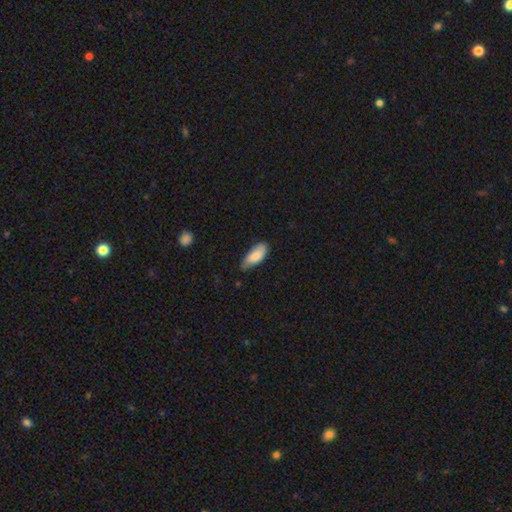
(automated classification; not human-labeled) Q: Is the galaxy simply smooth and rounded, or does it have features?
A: smooth — 83%.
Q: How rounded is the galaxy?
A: in between — 84%.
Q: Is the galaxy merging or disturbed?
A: none — 58%.